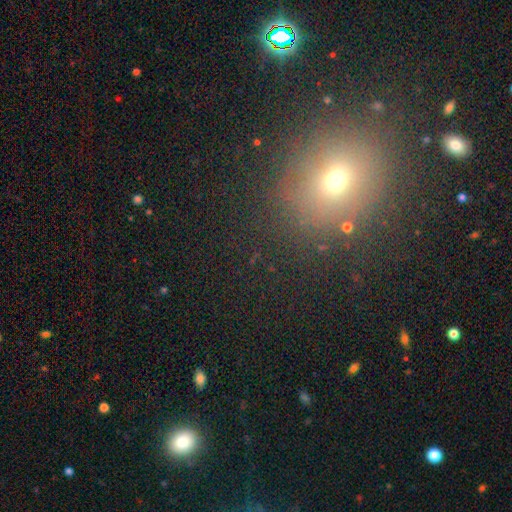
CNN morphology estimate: Q: Smooth or featured?
A: smooth (50%); runner-up: star or artifact (40%)
Q: Merging?
A: none (85%); runner-up: minor disturbance (8%)